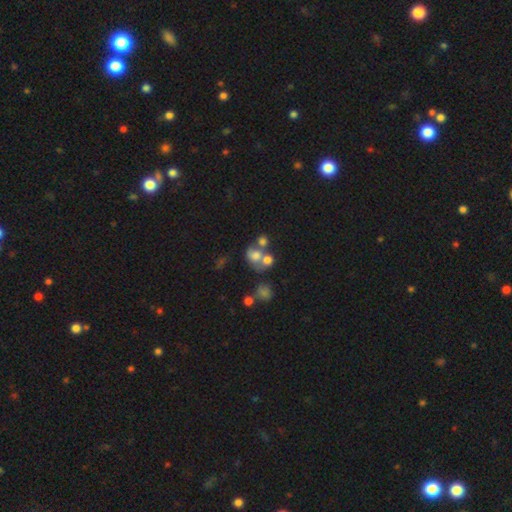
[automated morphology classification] Smooth or featured? smooth (63%)
How rounded? round (65%)
Merging? merger (51%)